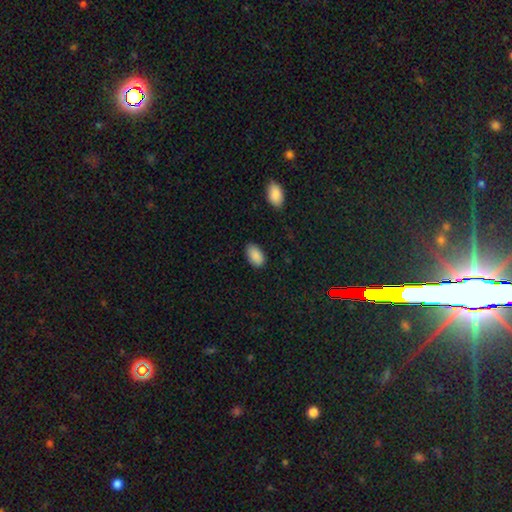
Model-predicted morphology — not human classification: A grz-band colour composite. It shows a smooth galaxy with no disk features (89%) that is in between round and cigar-shaped (94%). Merging: none (82%).